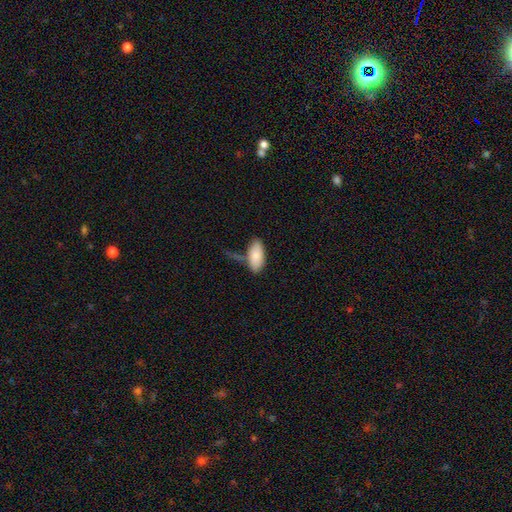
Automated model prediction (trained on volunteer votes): This is clearly a smooth galaxy (84%). How rounded: clearly in between (91%). Merging: possibly none (56%).